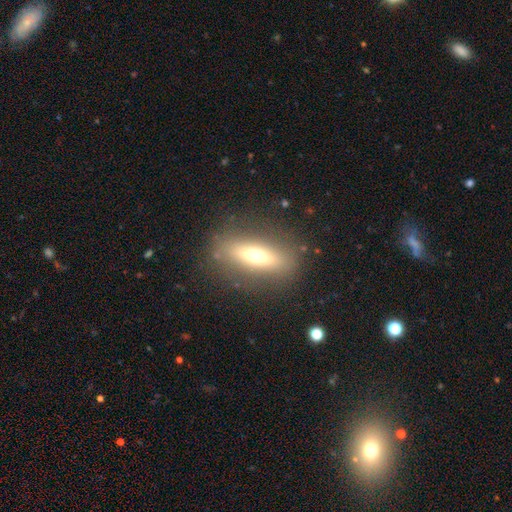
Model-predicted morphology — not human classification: This appears to be a smooth galaxy with no disk features (52%) that is in between round and cigar-shaped (52%). Merging: none (83%).